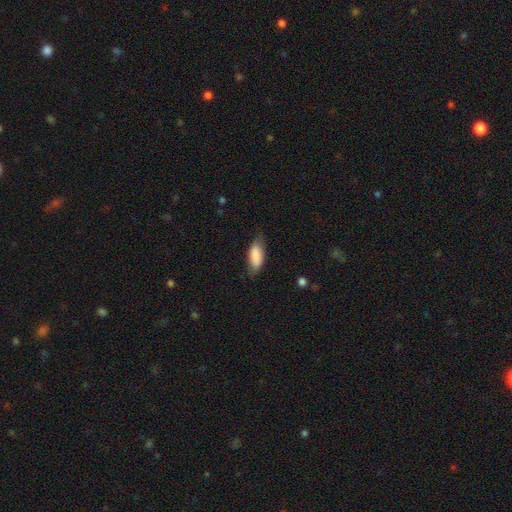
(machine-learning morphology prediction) smooth_or_featured: smooth (p=0.84) [alt: featured or disk p=0.10]
how_rounded: in between (p=0.82) [alt: cigar-shaped p=0.16]
merging: none (p=0.66) [alt: minor disturbance p=0.26]